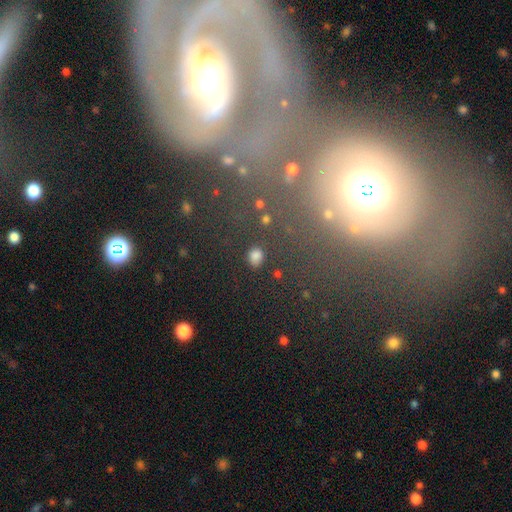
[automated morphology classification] Smooth or featured?
  - smooth: 80% *
  - star or artifact: 15%
  - featured or disk: 5%
How rounded?
  - round: 56% *
  - in between: 43%
  - cigar-shaped: 2%
Merging?
  - none: 84% *
  - minor disturbance: 10%
  - major disturbance: 4%
  - merger: 3%